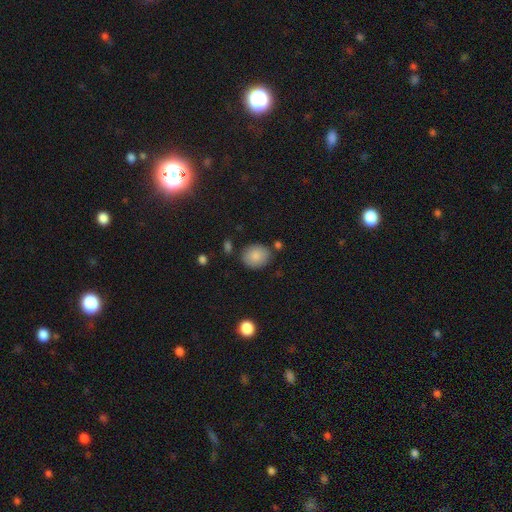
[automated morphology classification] Overall: smooth (86%). How rounded: round (58%; in between 41%). Merging: none (79%).